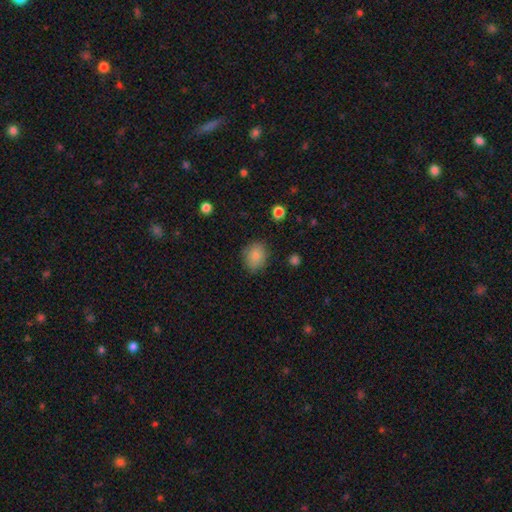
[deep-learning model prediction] Q: Smooth or featured?
A: smooth (83%); runner-up: star or artifact (10%)
Q: How rounded?
A: round (51%); runner-up: in between (48%)
Q: Merging?
A: none (81%); runner-up: minor disturbance (14%)